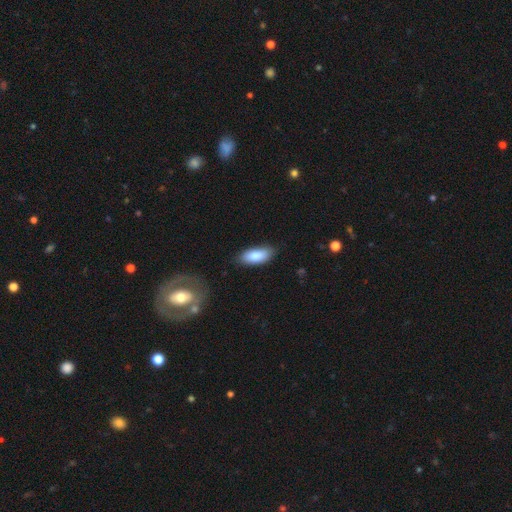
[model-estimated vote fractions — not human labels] Q: Smooth or featured?
A: smooth (86%); runner-up: featured or disk (8%)
Q: How rounded?
A: in between (82%); runner-up: cigar-shaped (16%)
Q: Merging?
A: none (82%); runner-up: minor disturbance (14%)